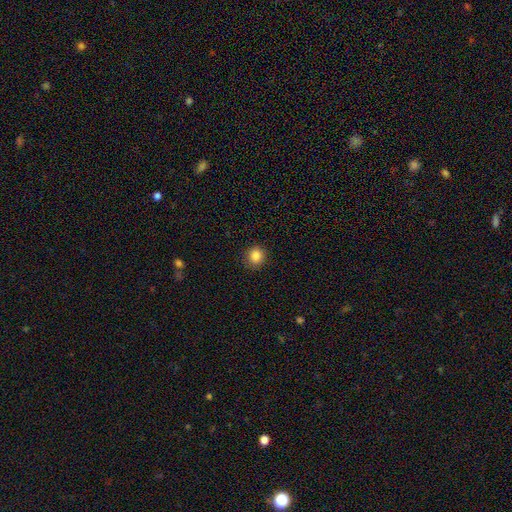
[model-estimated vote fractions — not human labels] The model was most divided on "smooth or featured": smooth: 85%, star or artifact: 11%, featured or disk: 4%. More confident: merging — none (90%); how rounded — round (89%).